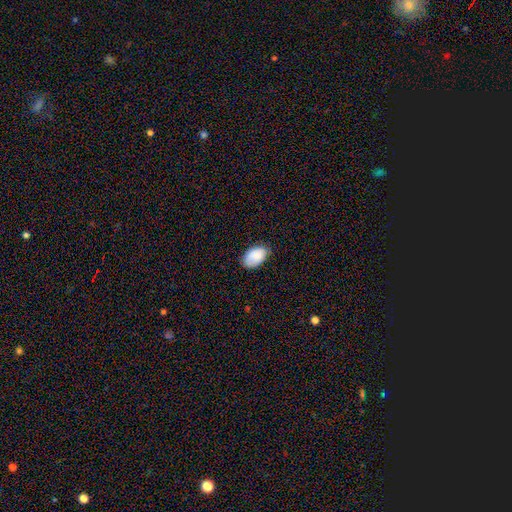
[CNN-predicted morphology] smooth_or_featured: smooth (p=0.86) [alt: featured or disk p=0.07]
how_rounded: in between (p=0.93) [alt: round p=0.05]
merging: none (p=0.72) [alt: minor disturbance p=0.24]